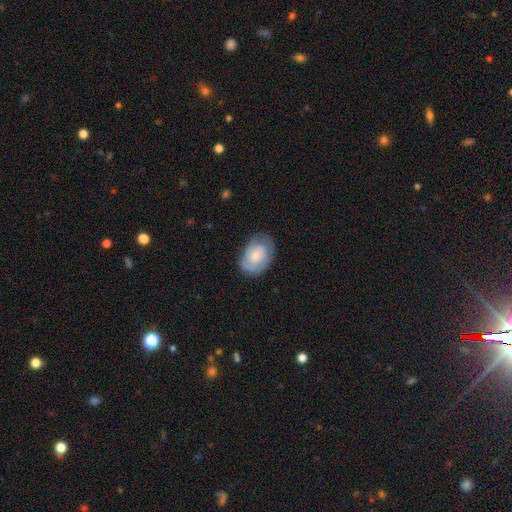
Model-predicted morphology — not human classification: This appears to be a smooth galaxy with no disk features (47%). Merging: none (69%).